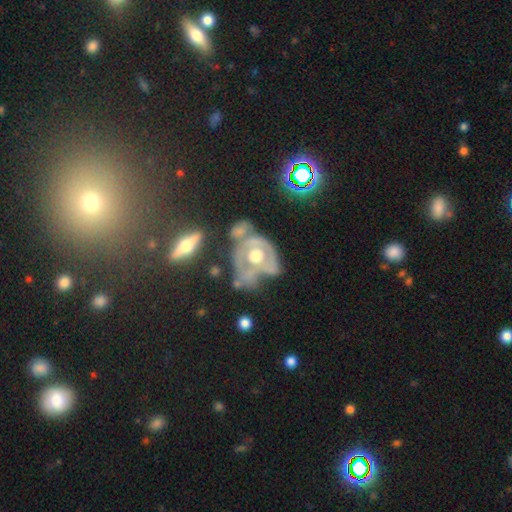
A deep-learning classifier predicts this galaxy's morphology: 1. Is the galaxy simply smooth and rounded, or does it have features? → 74% featured or disk, 17% smooth, 9% star or artifact.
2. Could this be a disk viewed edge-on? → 92% no, 8% yes.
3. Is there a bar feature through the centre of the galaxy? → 82% no, 13% weak, 4% strong.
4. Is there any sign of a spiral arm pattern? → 56% no, 44% yes.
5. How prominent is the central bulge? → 63% moderate, 26% large, 7% small, 2% dominant, 2% none.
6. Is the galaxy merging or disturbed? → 30% none, 28% major disturbance, 21% merger, 21% minor disturbance.